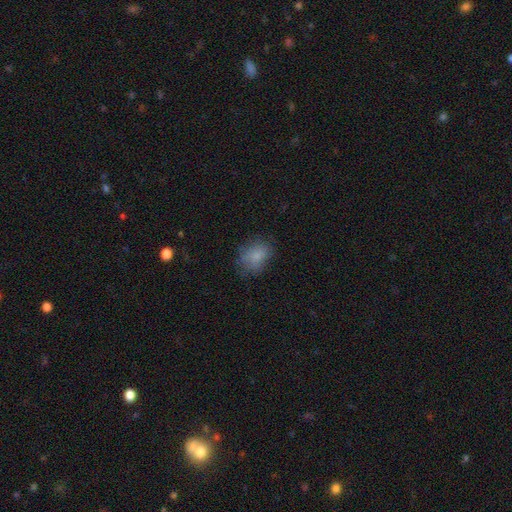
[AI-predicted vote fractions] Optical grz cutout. It shows a smooth galaxy with no disk features (80%) that is in between round and cigar-shaped (61%). Merging: none (67%).